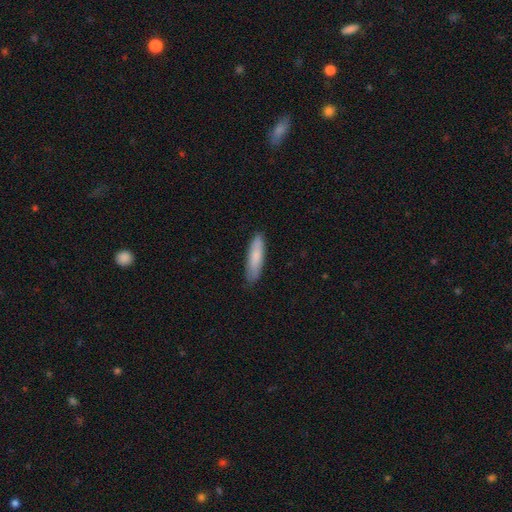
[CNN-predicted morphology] This appears to be a smooth galaxy with no disk features (82%) that is cigar-shaped (72%). Merging: none (85%).